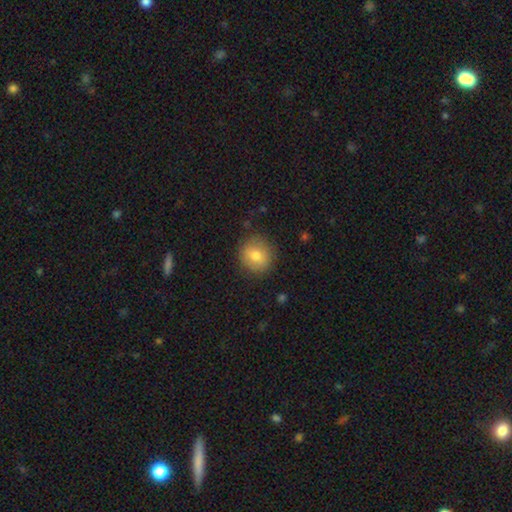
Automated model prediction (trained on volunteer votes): Morphology: type=smooth (79%); roundness=round (87%); merging=none (86%).